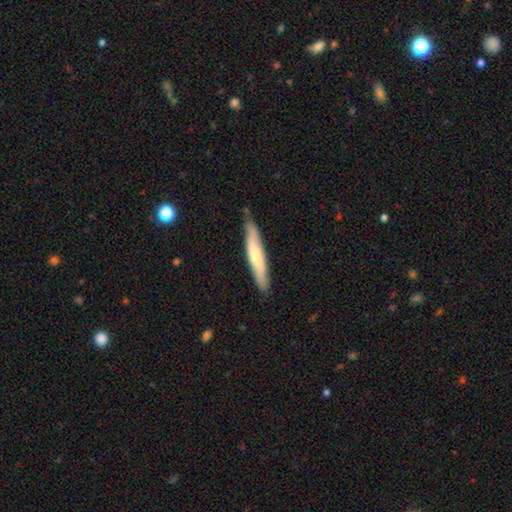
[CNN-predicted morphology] The model was most divided on "smooth or featured": smooth: 58%, featured or disk: 37%, star or artifact: 5%. More confident: how rounded — cigar-shaped (91%); merging — none (82%).